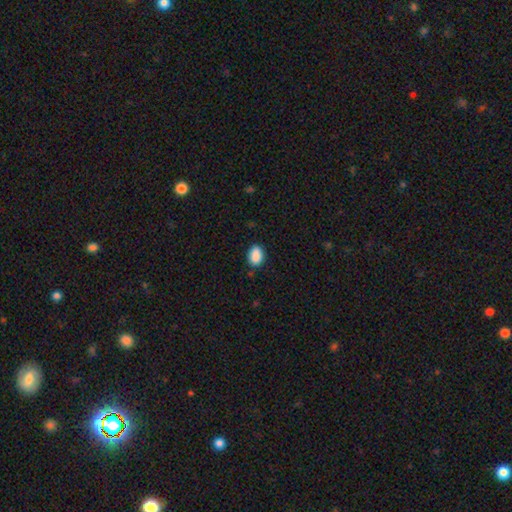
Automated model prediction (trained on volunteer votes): smooth-or-featured: smooth: 89% | star or artifact: 8% | featured or disk: 3%
  how-rounded: in between: 83% | round: 16% | cigar-shaped: 1%
  merging: none: 85% | minor disturbance: 11% | major disturbance: 2% | merger: 1%